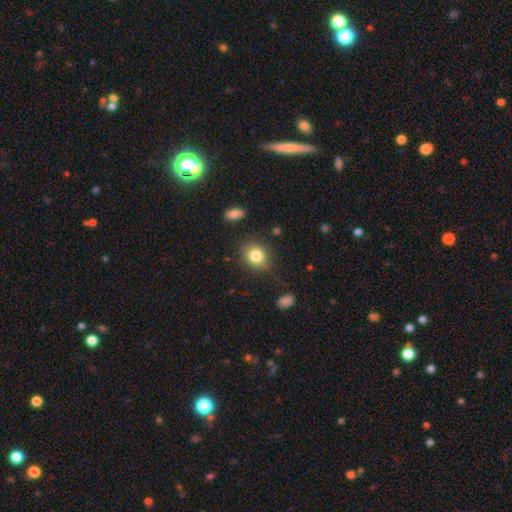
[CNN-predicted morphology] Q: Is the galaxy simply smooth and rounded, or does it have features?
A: smooth — 82%.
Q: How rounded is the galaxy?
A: round — 71%.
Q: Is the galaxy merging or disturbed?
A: none — 79%.